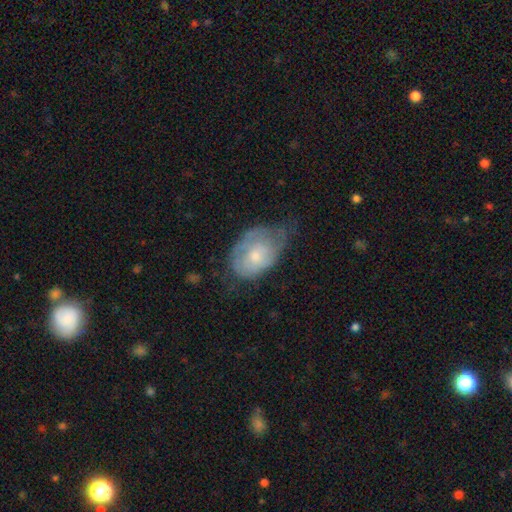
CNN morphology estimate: The model was most divided on "merging": minor disturbance: 40%, none: 36%, major disturbance: 22%, merger: 2%. Remaining: smooth or featured — featured or disk (49%).